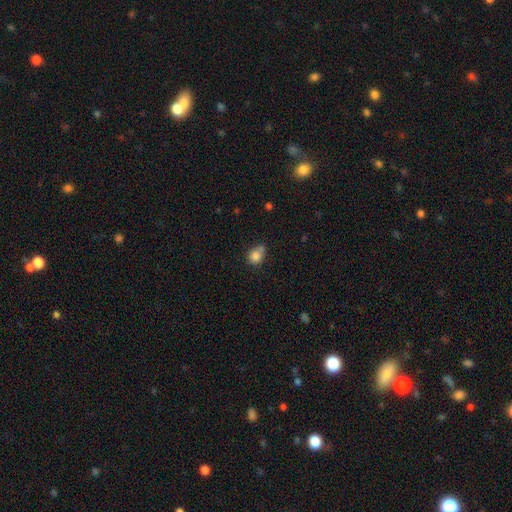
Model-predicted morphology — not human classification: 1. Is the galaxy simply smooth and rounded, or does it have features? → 82% smooth, 10% star or artifact, 8% featured or disk.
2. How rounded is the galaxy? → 63% round, 36% in between, 1% cigar-shaped.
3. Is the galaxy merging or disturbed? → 46% none, 33% minor disturbance, 13% merger, 8% major disturbance.